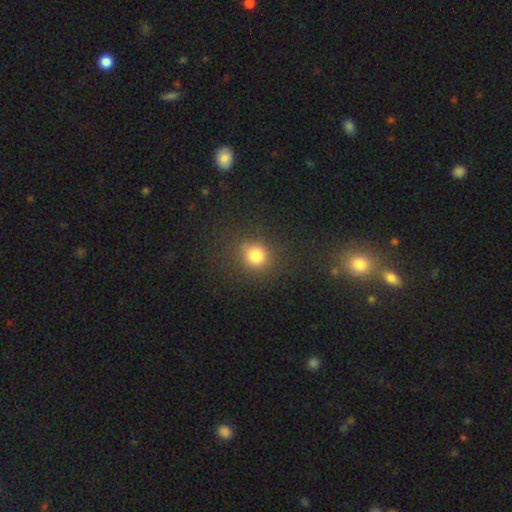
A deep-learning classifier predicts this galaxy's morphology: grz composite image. It shows a smooth galaxy with no disk features (78%) that is round (85%). Merging: none (85%).